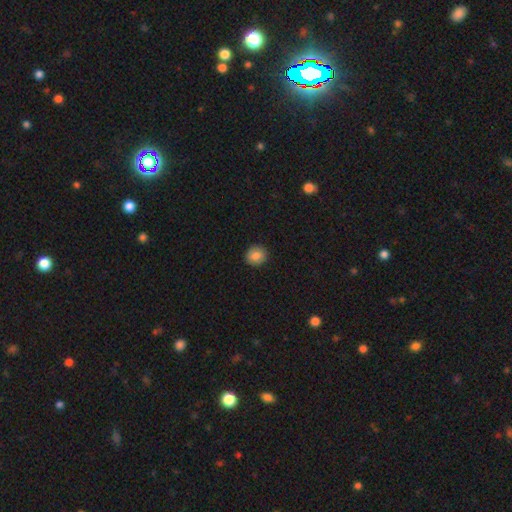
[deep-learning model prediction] smooth_or_featured: smooth (p=0.85) [alt: star or artifact p=0.09]
how_rounded: round (p=0.82) [alt: in between p=0.17]
merging: none (p=0.91) [alt: minor disturbance p=0.07]